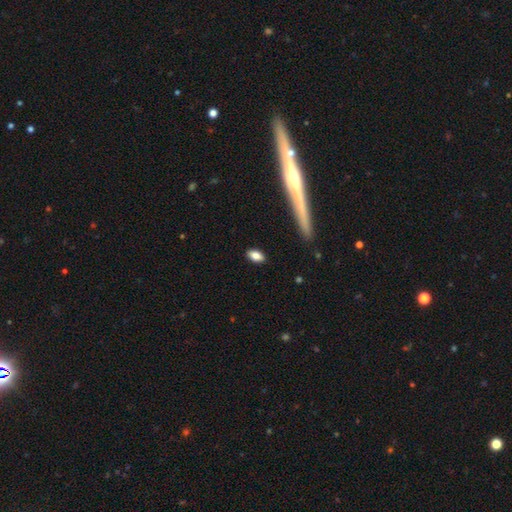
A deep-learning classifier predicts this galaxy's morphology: Smooth or featured: smooth — 81% (featured or disk — 11%)
How rounded: in between — 88% (cigar-shaped — 7%)
Merging: none — 87% (minor disturbance — 9%)